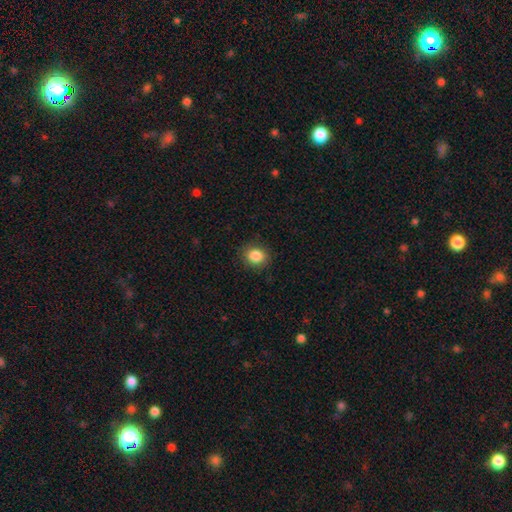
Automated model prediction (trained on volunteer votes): smooth 86%, star or artifact 9%, featured or disk 5%. Down the decision tree: how rounded — round (71%); merging — none (87%).